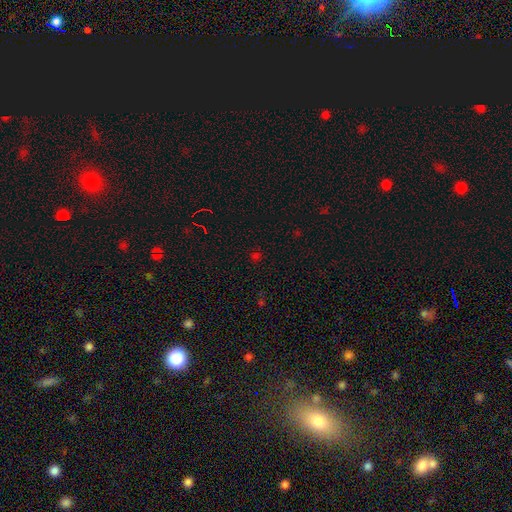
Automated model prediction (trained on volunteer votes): This is possibly a star or artifact rather than a galaxy (50%).